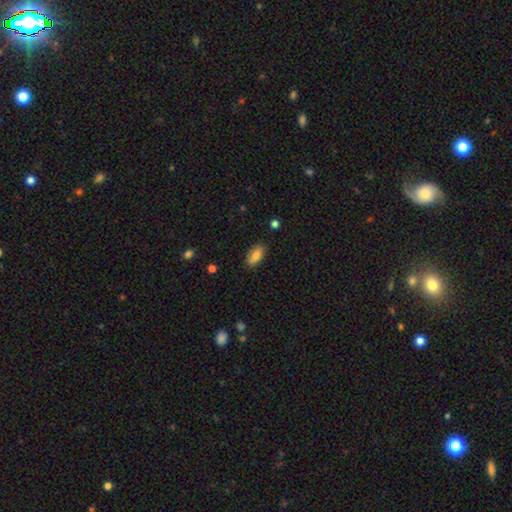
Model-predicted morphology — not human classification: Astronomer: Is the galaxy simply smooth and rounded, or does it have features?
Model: smooth — 81%.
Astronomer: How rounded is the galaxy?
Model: in between — 86%.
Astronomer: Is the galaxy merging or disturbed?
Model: none — 86%.